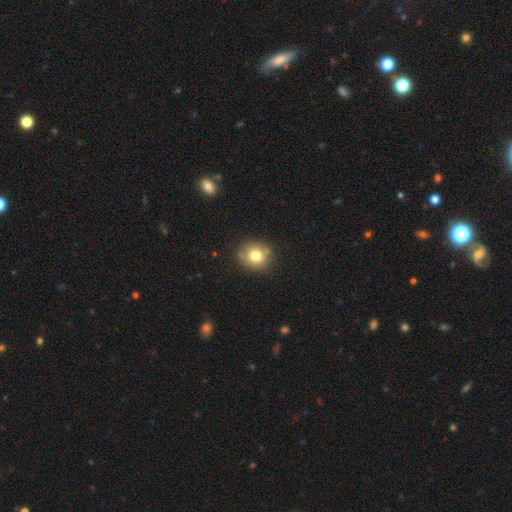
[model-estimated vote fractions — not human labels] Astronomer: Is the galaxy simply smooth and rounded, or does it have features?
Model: smooth — 77%.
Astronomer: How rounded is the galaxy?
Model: round — 81%.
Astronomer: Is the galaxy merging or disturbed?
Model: none — 79%.